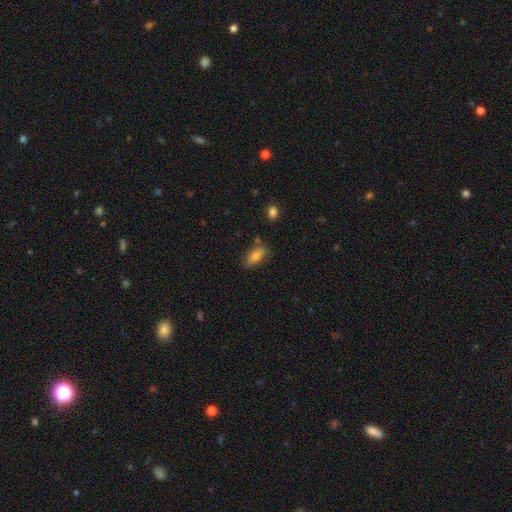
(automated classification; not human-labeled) Smooth or featured? smooth (77%)
How rounded? in between (82%)
Merging? none (75%)